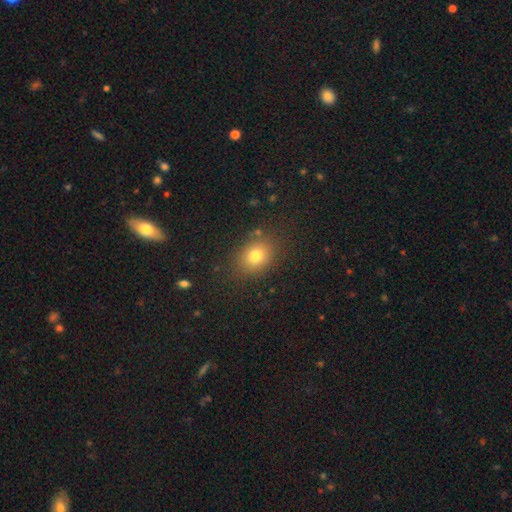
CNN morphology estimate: Overall: smooth (77%). How rounded: in between (55%; round 44%). Merging: none (82%).